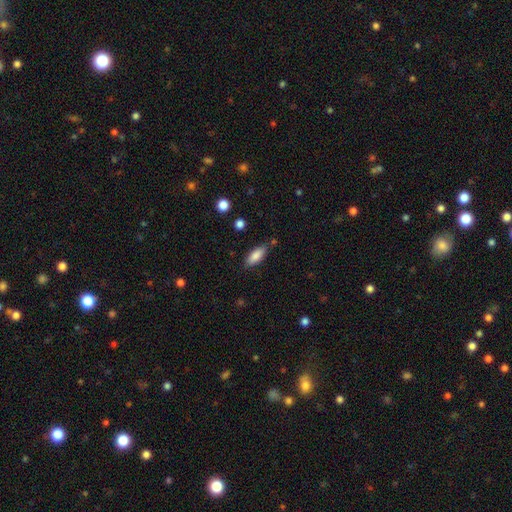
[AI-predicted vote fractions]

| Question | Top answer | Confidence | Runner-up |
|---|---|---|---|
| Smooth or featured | smooth | 84% | featured or disk (9%) |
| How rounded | in between | 75% | cigar-shaped (23%) |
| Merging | none | 80% | minor disturbance (14%) |